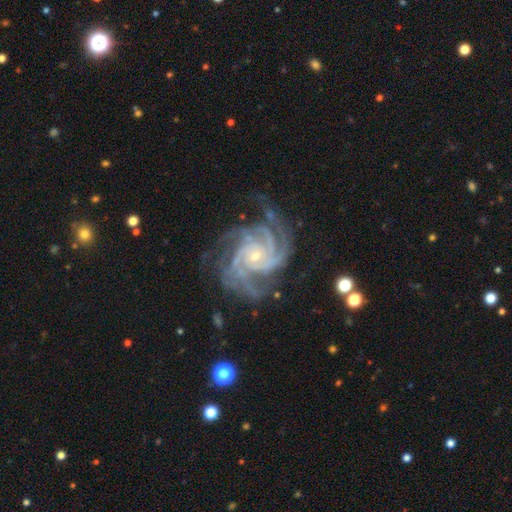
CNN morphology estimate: Overall: featured or disk (93%). Edge-on disk: no (98%). Bar: no (69%). Spiral arms: yes (99%). Spiral arm count: 4 (40%; 3 21%). Spiral winding: tight (64%; medium 33%). Bulge size: small (79%). Merging: none (73%).